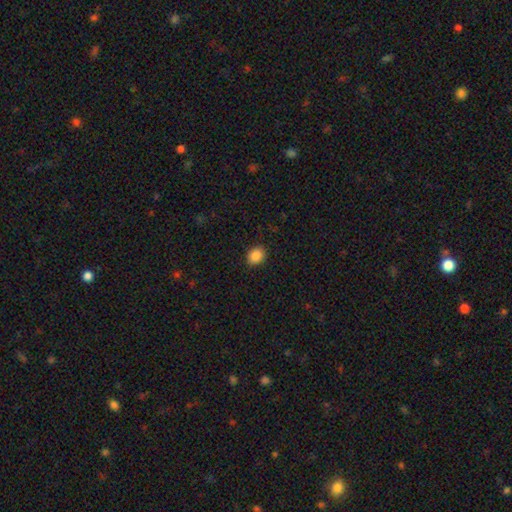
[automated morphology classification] Overall: smooth (88%). How rounded: round (53%; in between 46%). Merging: none (90%).